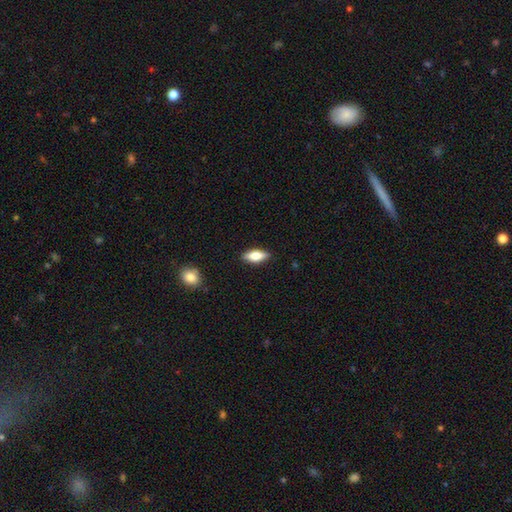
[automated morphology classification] smooth 66%, featured or disk 28%, star or artifact 7%. Down the decision tree: how rounded — in between (74%); merging — none (88%).